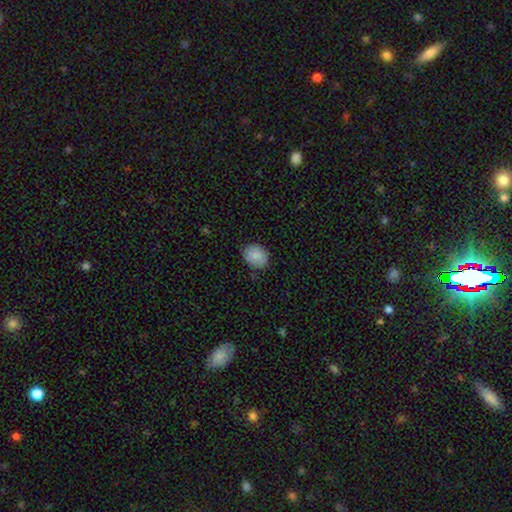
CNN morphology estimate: smooth-or-featured: smooth: 87% | star or artifact: 7% | featured or disk: 6%
  how-rounded: in between: 52% | round: 47% | cigar-shaped: 1%
  merging: none: 80% | minor disturbance: 16% | major disturbance: 3% | merger: 1%